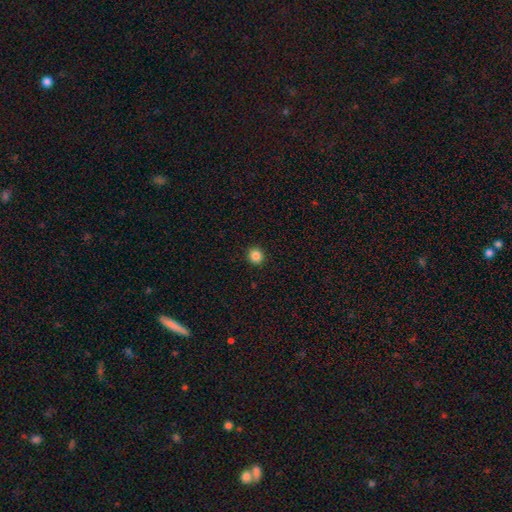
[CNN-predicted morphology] A smooth galaxy with no disk features (86%) that is round (93%). Merging: none (93%).